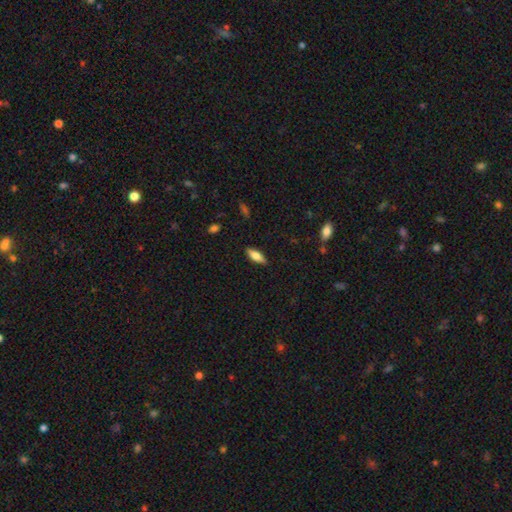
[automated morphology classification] Smooth or featured?
  - smooth: 68% *
  - featured or disk: 25%
  - star or artifact: 7%
How rounded?
  - in between: 69% *
  - cigar-shaped: 28%
  - round: 2%
Merging?
  - none: 87% *
  - minor disturbance: 10%
  - major disturbance: 2%
  - merger: 1%